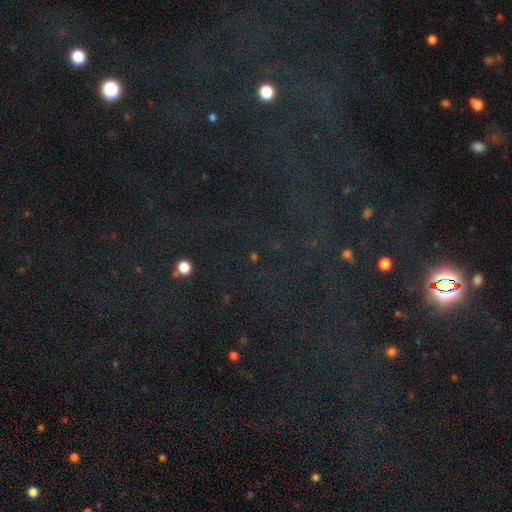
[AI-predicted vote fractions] Morphology: type=star or artifact (78%).